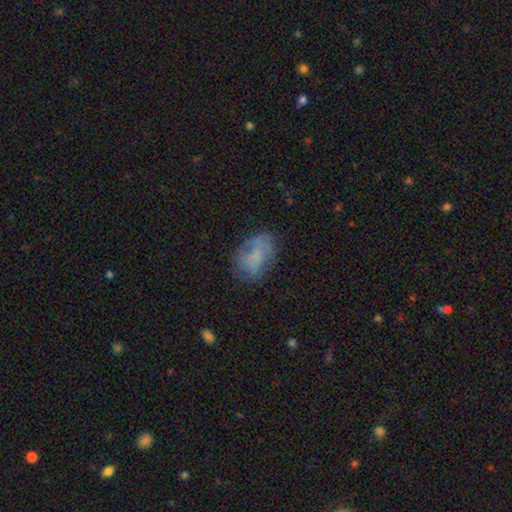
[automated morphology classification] Overall: smooth (64%; featured or disk 25%). How rounded: in between (83%). Merging: none (60%; minor disturbance 25%).